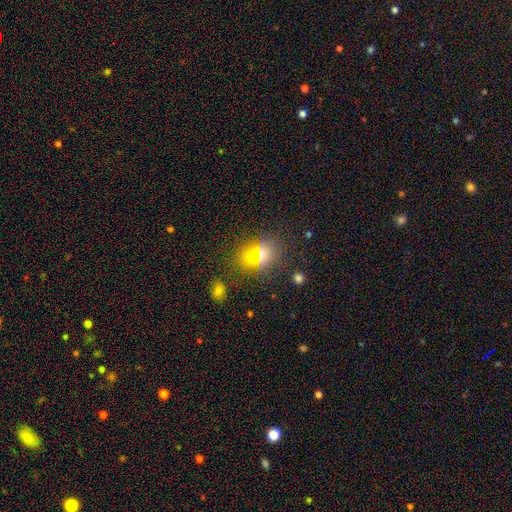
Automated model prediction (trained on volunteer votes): smooth_or_featured: smooth (p=0.65) [alt: star or artifact p=0.21]
how_rounded: in between (p=0.55) [alt: round p=0.42]
merging: none (p=0.52) [alt: merger p=0.29]